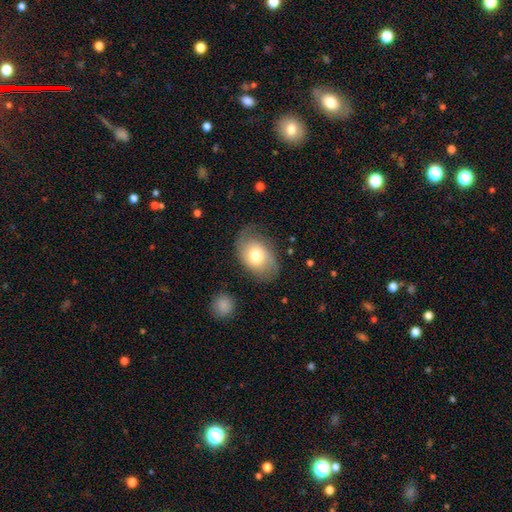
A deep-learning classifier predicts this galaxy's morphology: Smooth or featured? smooth (63%)
How rounded? in between (82%)
Merging? none (69%)